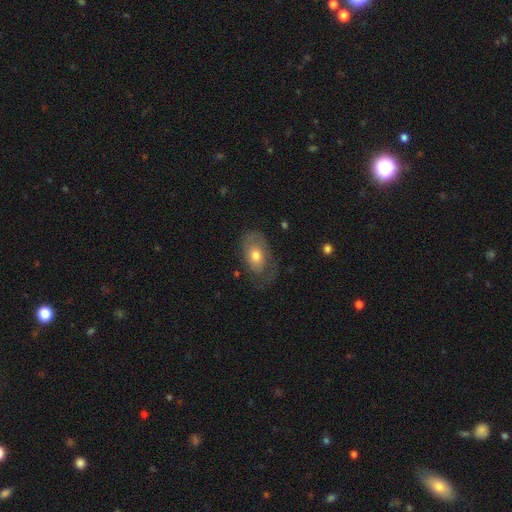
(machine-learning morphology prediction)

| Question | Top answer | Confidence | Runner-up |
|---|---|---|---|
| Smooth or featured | smooth | 56% | featured or disk (37%) |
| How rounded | in between | 87% | round (11%) |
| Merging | none | 52% | minor disturbance (25%) |